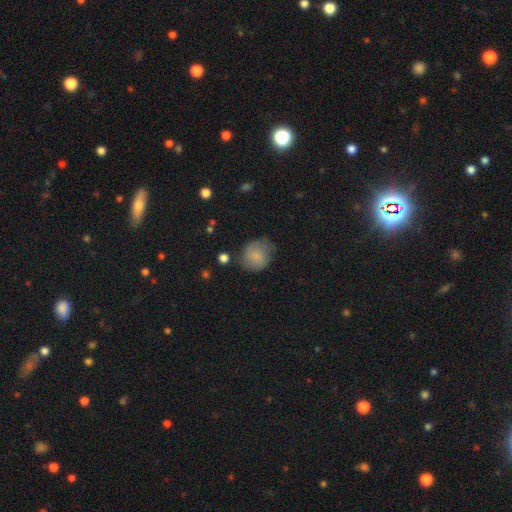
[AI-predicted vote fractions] Smooth or featured? Predicted: smooth (p=0.75). How rounded? Predicted: round (p=0.74). Merging? Predicted: none (p=0.62).